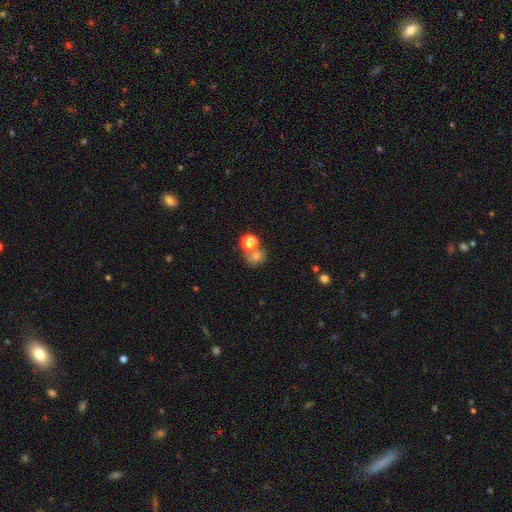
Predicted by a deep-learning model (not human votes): The model was most divided on "merging": none: 47%, merger: 38%, minor disturbance: 9%, major disturbance: 5%. More confident: how rounded — round (74%); smooth or featured — smooth (73%).